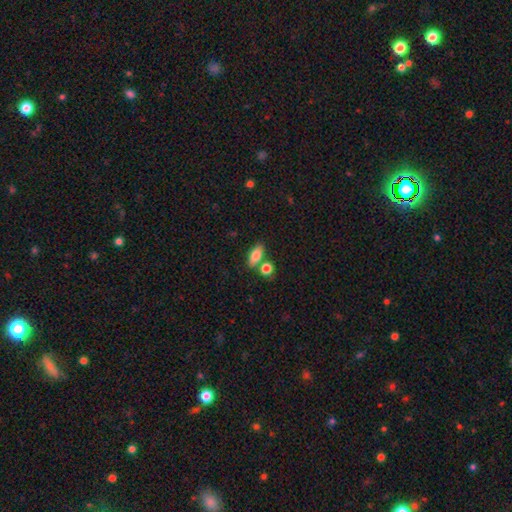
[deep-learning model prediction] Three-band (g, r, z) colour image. It shows a smooth galaxy with no disk features (79%) that is in between round and cigar-shaped (79%). Merging: none (70%).